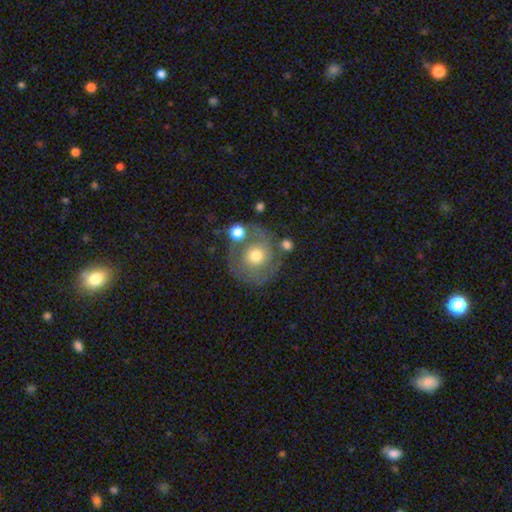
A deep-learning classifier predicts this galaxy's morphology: A smooth galaxy with no disk features (48%).

Vote fractions:
- Smooth or featured? smooth: 48% / featured or disk: 44% / star or artifact: 8%
- Merging? none: 59% / minor disturbance: 17% / merger: 13% / major disturbance: 11%